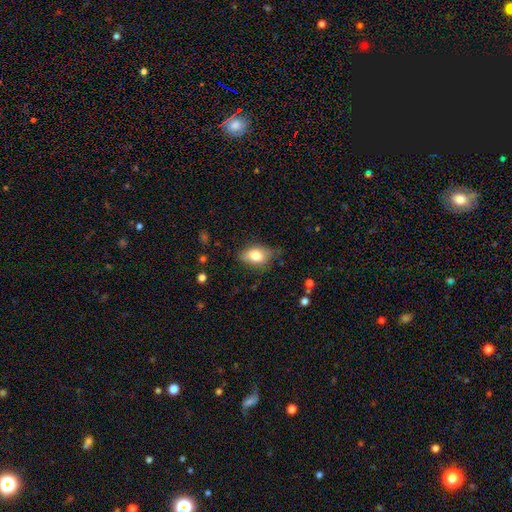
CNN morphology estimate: Overall: smooth (78%). How rounded: in between (85%). Merging: none (70%).